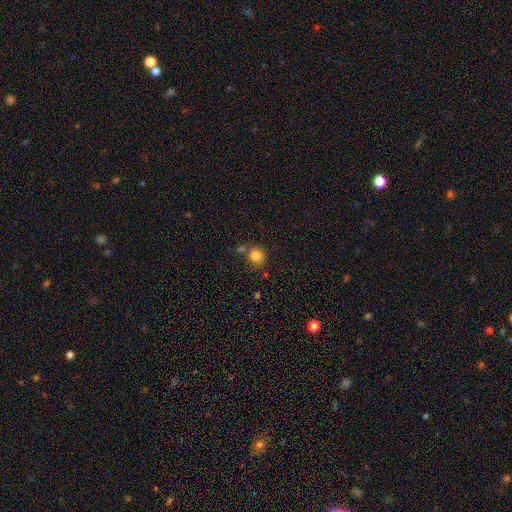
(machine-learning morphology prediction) Smooth or featured? smooth (82%)
How rounded? round (89%)
Merging? none (69%)